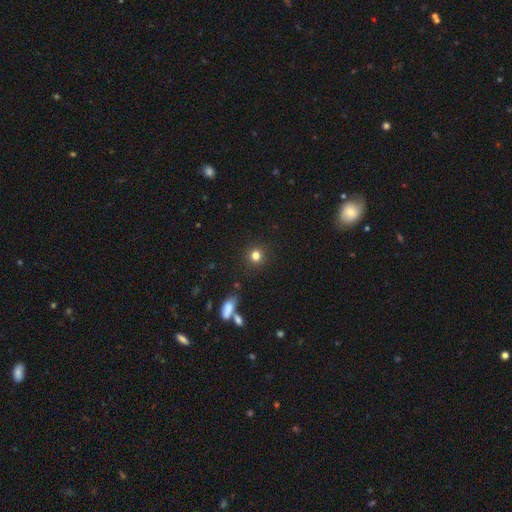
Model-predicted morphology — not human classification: Smooth or featured: smooth — 80% (star or artifact — 14%)
How rounded: round — 90% (in between — 9%)
Merging: none — 87% (minor disturbance — 7%)